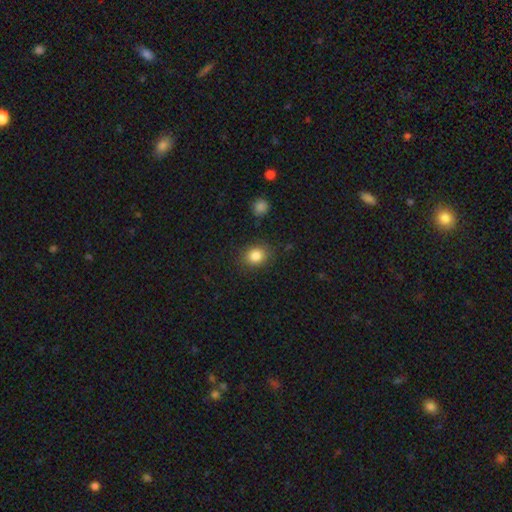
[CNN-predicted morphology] Overall: smooth (85%). How rounded: round (69%; in between 30%). Merging: none (84%).